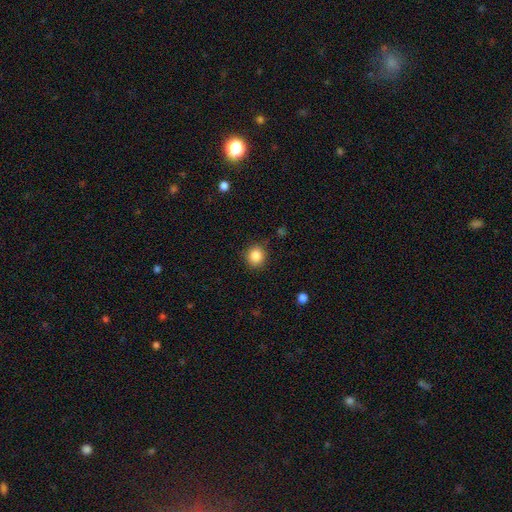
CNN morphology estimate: A smooth galaxy with no disk features (86%) that is round (88%). Merging: none (86%).